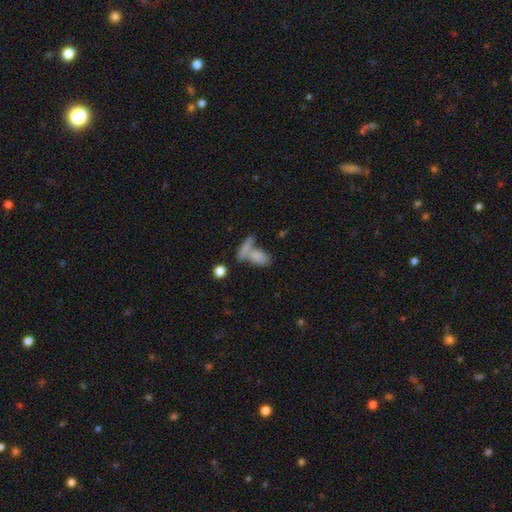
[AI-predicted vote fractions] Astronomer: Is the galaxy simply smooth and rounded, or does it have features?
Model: smooth — 77%.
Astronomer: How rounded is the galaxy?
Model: in between — 79%.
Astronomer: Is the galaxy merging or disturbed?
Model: merger — 49% (runner-up: none, 34%).